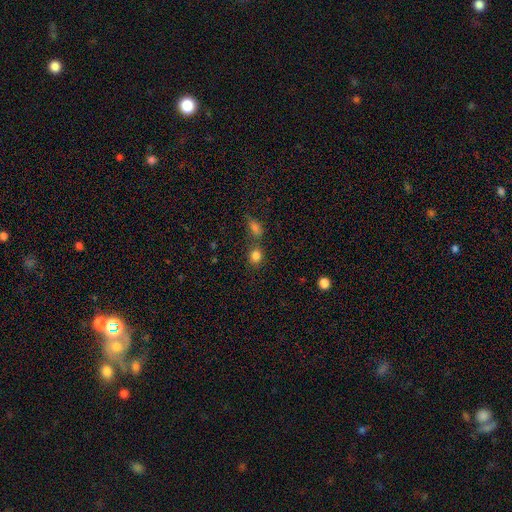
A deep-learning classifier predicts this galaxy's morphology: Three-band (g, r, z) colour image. It shows a smooth galaxy with no disk features (82%) that is round (67%). Merging: none (65%).